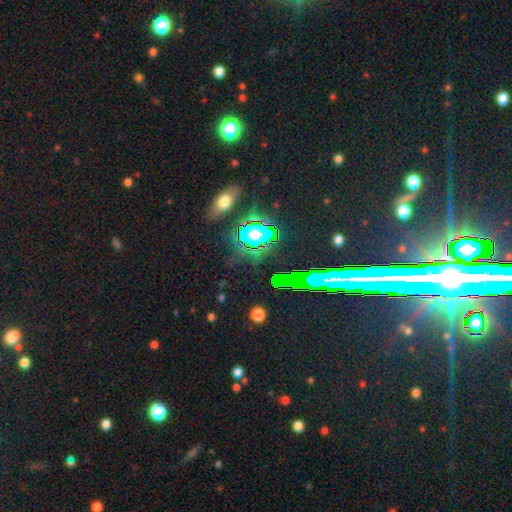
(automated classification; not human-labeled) Morphology: type=star or artifact (64%).